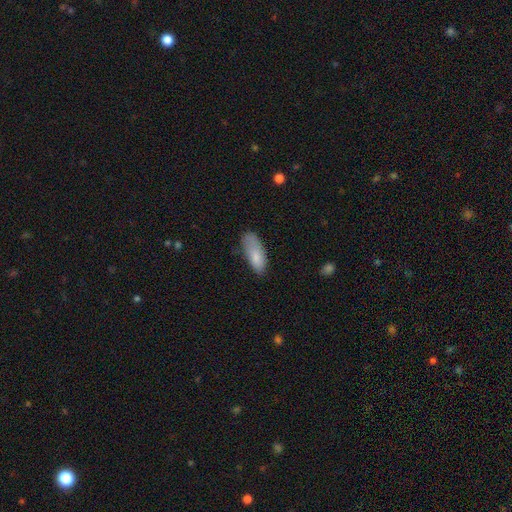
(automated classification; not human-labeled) A smooth galaxy with no disk features (82%) that is in between round and cigar-shaped (79%). Merging: none (52%).